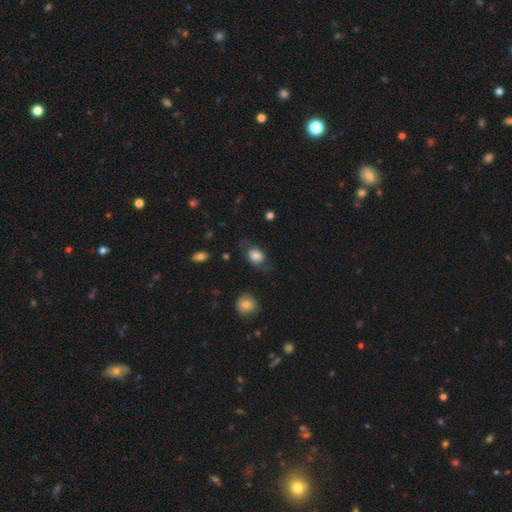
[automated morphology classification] smooth_or_featured: smooth (p=0.74) [alt: featured or disk p=0.18]
how_rounded: in between (p=0.71) [alt: round p=0.27]
merging: none (p=0.55) [alt: minor disturbance p=0.25]